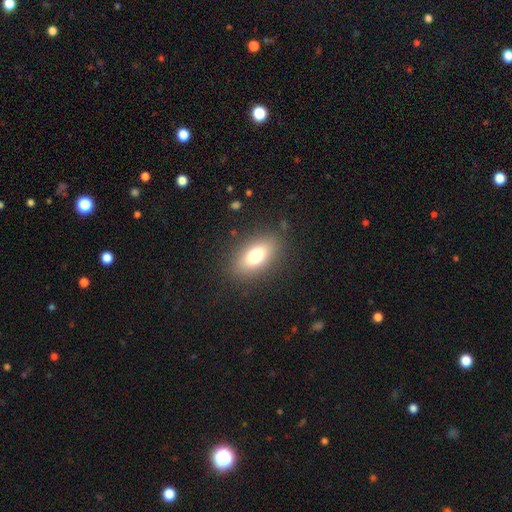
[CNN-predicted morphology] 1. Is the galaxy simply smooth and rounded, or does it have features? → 75% smooth, 15% featured or disk, 10% star or artifact.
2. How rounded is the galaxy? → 87% in between, 8% round, 5% cigar-shaped.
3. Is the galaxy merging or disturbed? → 85% none, 10% minor disturbance, 4% major disturbance, 1% merger.